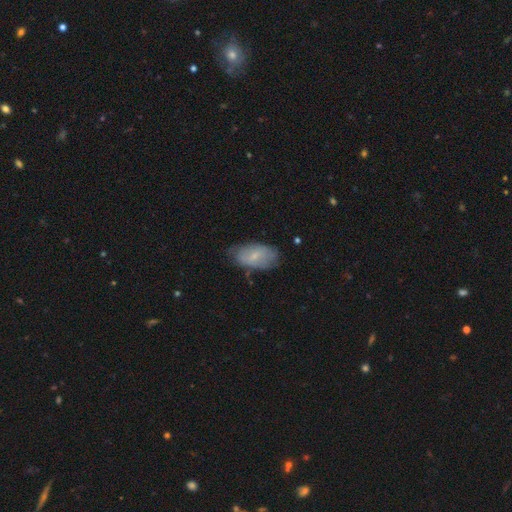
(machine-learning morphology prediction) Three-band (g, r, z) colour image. It shows a smooth galaxy with no disk features (60%) that is in between round and cigar-shaped (93%). Merging: none (67%).